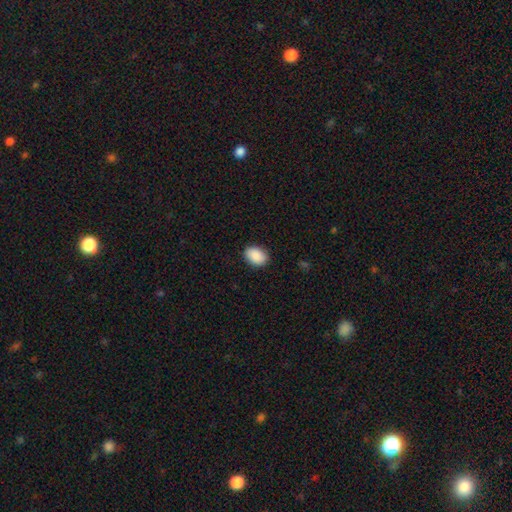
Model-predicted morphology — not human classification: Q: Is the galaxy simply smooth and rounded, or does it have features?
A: smooth — 90%.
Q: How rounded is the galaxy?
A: in between — 79%.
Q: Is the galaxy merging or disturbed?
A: none — 87%.